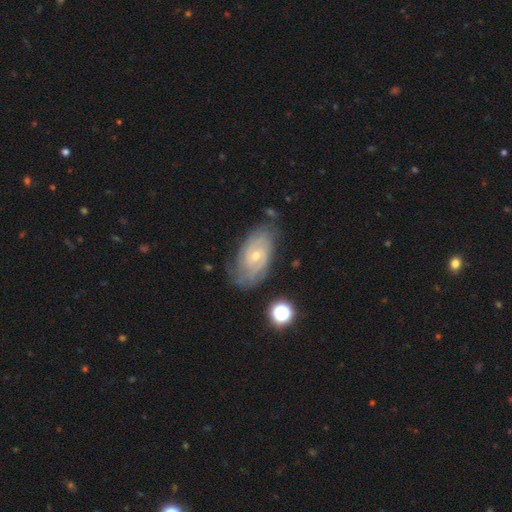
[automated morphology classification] A featured or disk galaxy (79%) with no bar (52%), 2 (38%) tight (64%) spiral arms (93%) and a small central bulge (57%). Merging: none (70%).